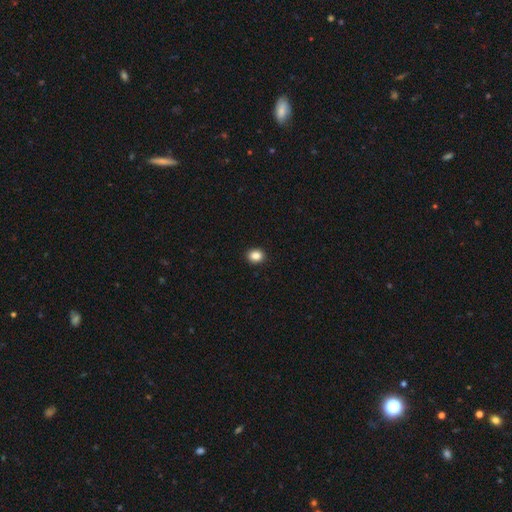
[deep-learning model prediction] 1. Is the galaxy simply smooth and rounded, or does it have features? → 86% smooth, 10% star or artifact, 4% featured or disk.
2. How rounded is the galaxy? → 65% round, 35% in between, 1% cigar-shaped.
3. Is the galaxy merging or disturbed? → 92% none, 5% minor disturbance, 1% major disturbance, 1% merger.